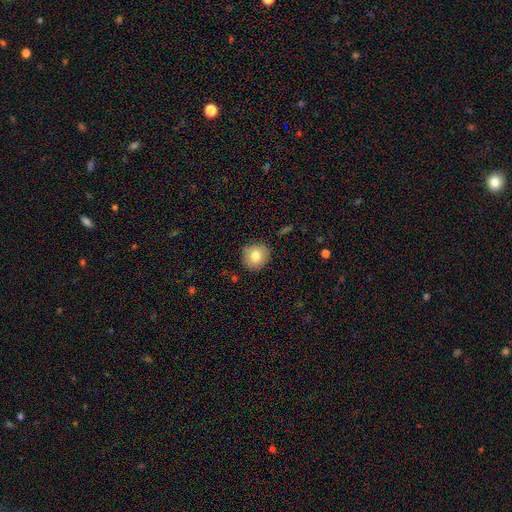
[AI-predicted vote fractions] smooth_or_featured: smooth (p=0.81) [alt: featured or disk p=0.10]
how_rounded: round (p=0.88) [alt: in between p=0.12]
merging: none (p=0.84) [alt: minor disturbance p=0.12]